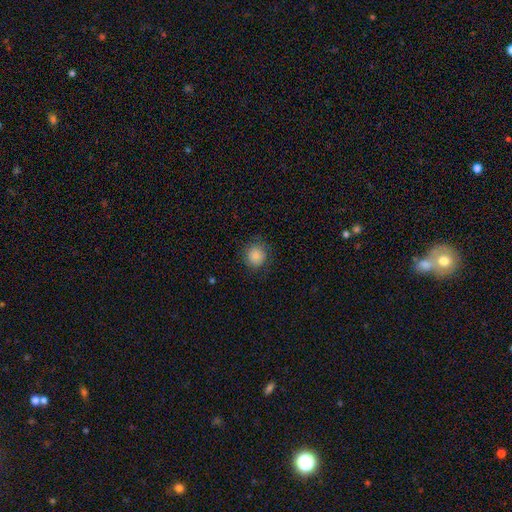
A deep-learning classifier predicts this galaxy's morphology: Smooth or featured? Predicted: smooth (p=0.85). How rounded? Predicted: round (p=0.89). Merging? Predicted: none (p=0.85).